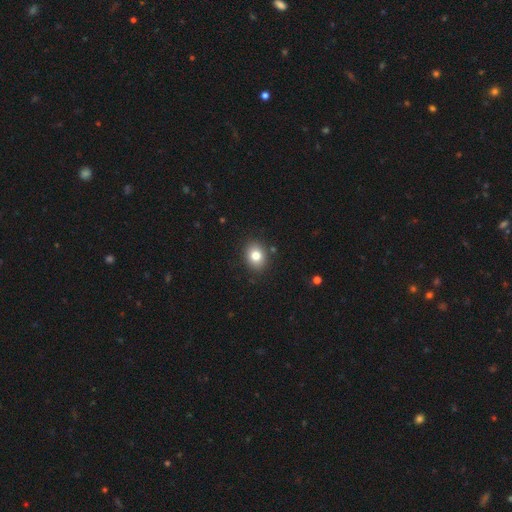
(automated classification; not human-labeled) A smooth galaxy with no disk features (81%) that is in between round and cigar-shaped (53%). Merging: none (88%).